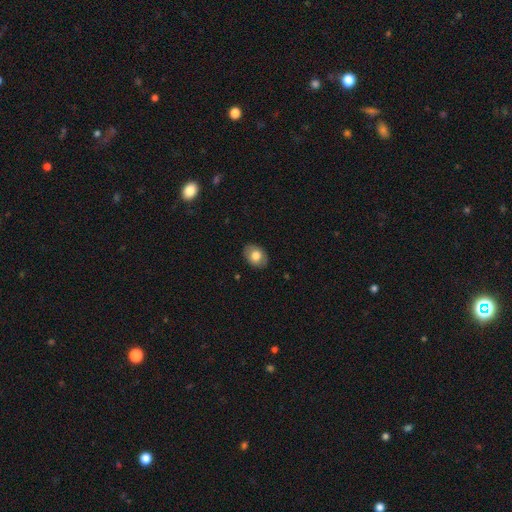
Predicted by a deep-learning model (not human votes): Morphology: type=smooth (78%); roundness=in between (66%); merging=none (87%).